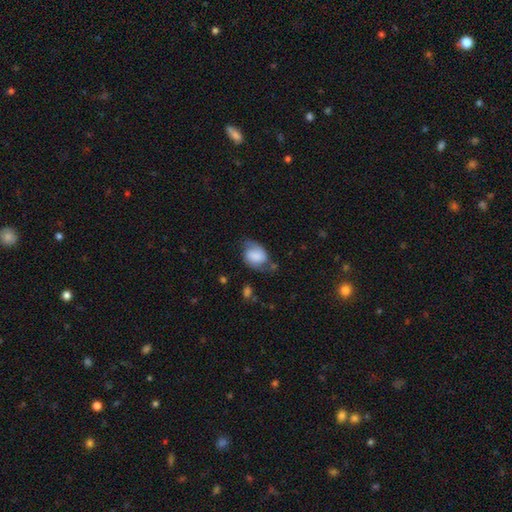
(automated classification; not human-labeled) A smooth galaxy with no disk features (49%). Merging: none (48%).